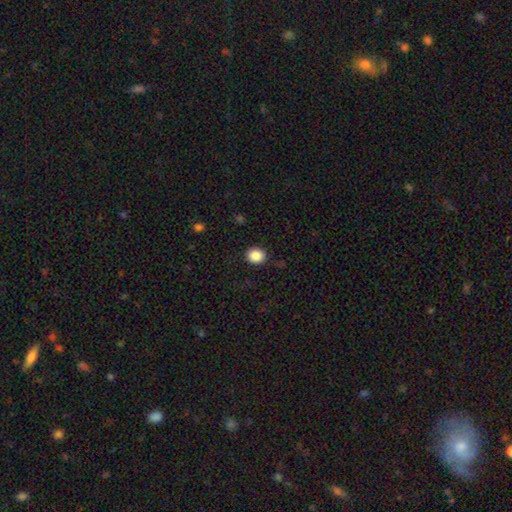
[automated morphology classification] A smooth galaxy with no disk features (87%) that is round (76%).

Vote fractions:
- Smooth or featured? smooth: 87% / star or artifact: 10% / featured or disk: 4%
- How rounded? round: 76% / in between: 23% / cigar-shaped: 1%
- Merging? none: 88% / minor disturbance: 8% / major disturbance: 3% / merger: 1%